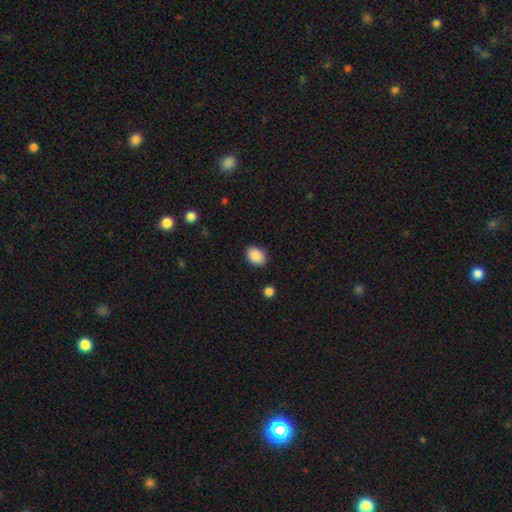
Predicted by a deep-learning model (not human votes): A smooth galaxy with no disk features (90%) that is in between round and cigar-shaped (70%).

Vote fractions:
- Smooth or featured? smooth: 90% / star or artifact: 8% / featured or disk: 3%
- How rounded? in between: 70% / round: 29% / cigar-shaped: 1%
- Merging? none: 87% / minor disturbance: 9% / major disturbance: 2% / merger: 1%